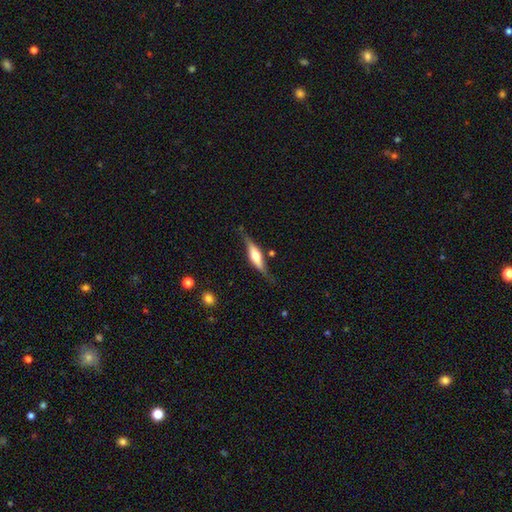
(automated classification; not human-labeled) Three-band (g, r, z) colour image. It shows a featured or disk galaxy (63%) viewed edge-on (88%) with a rounded central bulge (86%). Merging: none (69%).